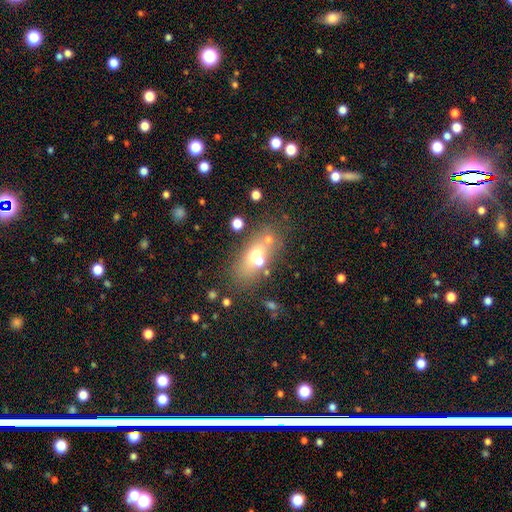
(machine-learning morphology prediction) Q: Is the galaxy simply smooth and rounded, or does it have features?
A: smooth — 55%.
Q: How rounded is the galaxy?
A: in between — 70%.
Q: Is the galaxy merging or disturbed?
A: none — 46%.